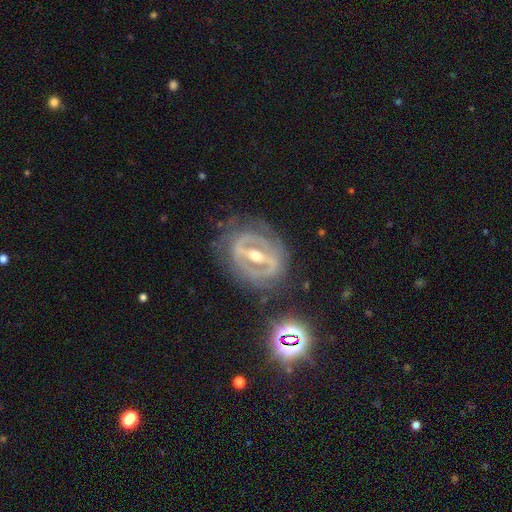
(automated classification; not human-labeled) The model was most divided on "spiral arms": yes: 55%, no: 45%. More confident: edge-on disk — no (90%); smooth or featured — featured or disk (84%); bar — strong (77%); merging — none (73%); bulge size — moderate (64%).